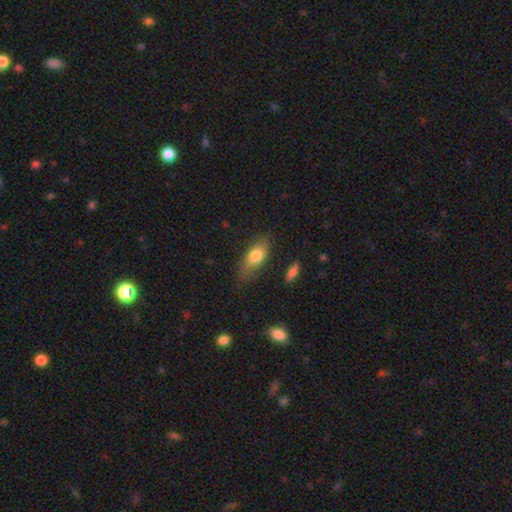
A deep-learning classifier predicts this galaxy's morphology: smooth_or_featured: smooth (p=0.75) [alt: featured or disk p=0.17]
how_rounded: in between (p=0.80) [alt: cigar-shaped p=0.14]
merging: none (p=0.66) [alt: minor disturbance p=0.24]